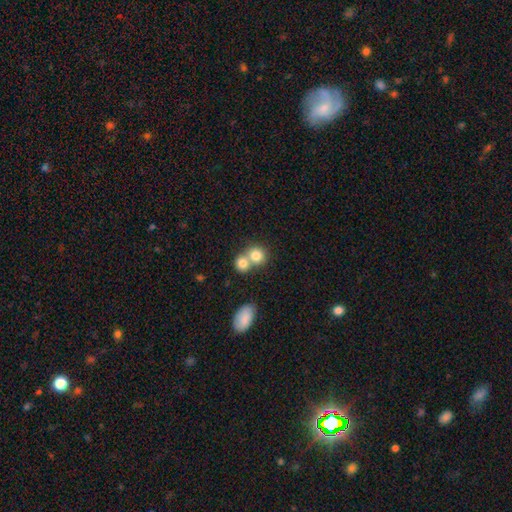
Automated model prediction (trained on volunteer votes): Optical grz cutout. It shows a smooth galaxy with no disk features (79%) that is round (80%). Merging: merger (56%).